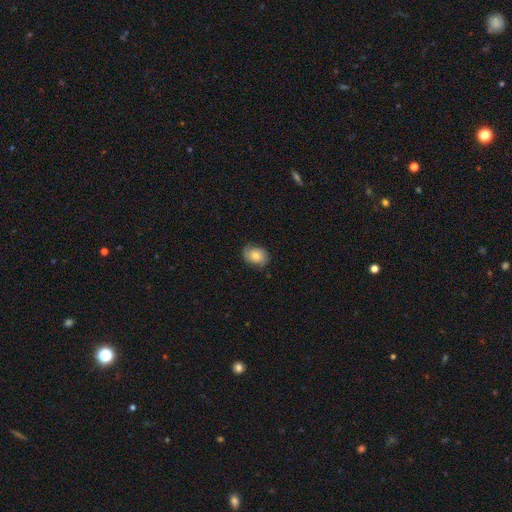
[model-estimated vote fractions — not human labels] Smooth or featured: smooth — 57% (featured or disk — 34%)
How rounded: in between — 60% (round — 39%)
Merging: none — 72% (minor disturbance — 21%)